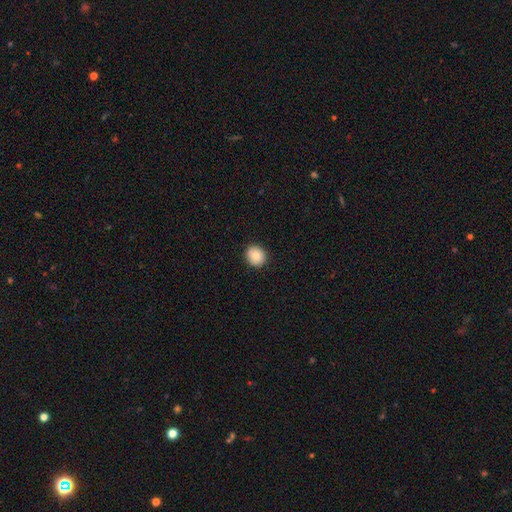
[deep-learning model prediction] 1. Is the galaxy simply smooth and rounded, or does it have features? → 86% smooth, 8% star or artifact, 6% featured or disk.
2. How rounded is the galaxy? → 81% round, 18% in between, 1% cigar-shaped.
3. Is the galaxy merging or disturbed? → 90% none, 7% minor disturbance, 2% major disturbance, 1% merger.